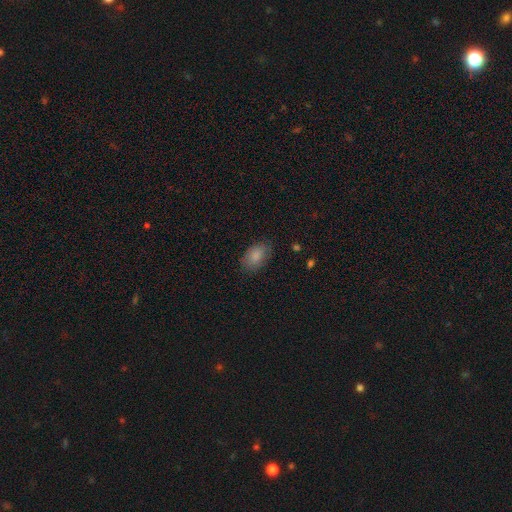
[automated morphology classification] Smooth or featured? smooth (84%)
How rounded? in between (91%)
Merging? none (79%)